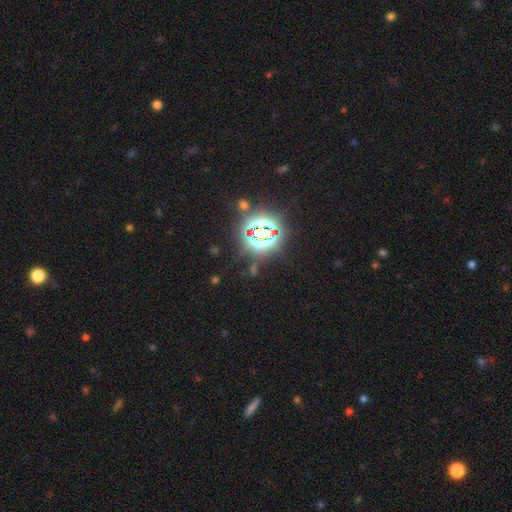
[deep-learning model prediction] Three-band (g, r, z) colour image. It shows a star or artifact, not a galaxy (83%).